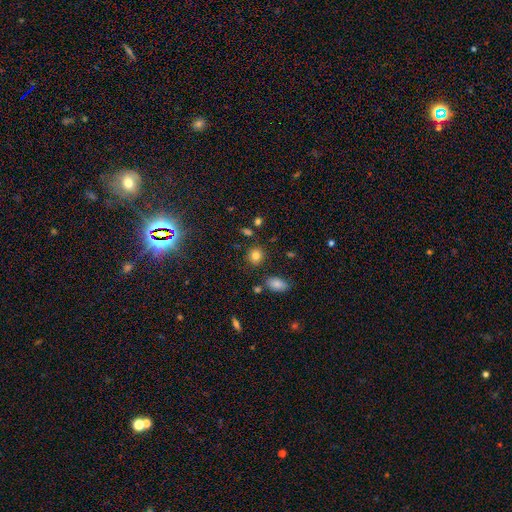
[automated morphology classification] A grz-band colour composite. It shows a smooth galaxy with no disk features (81%) that is round (73%). Merging: none (83%).